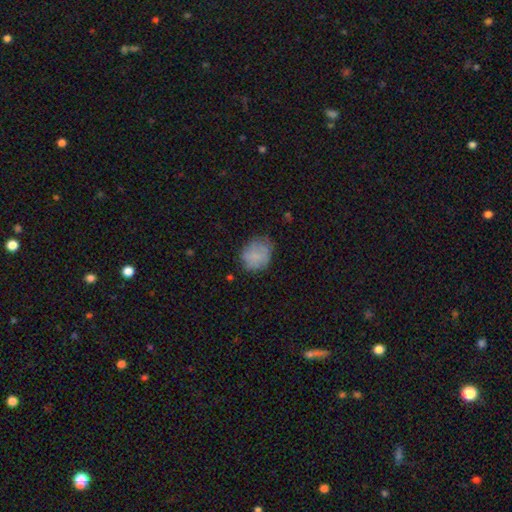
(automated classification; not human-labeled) Smooth or featured: smooth — 77% (featured or disk — 14%)
How rounded: round — 60% (in between — 39%)
Merging: none — 62% (minor disturbance — 27%)